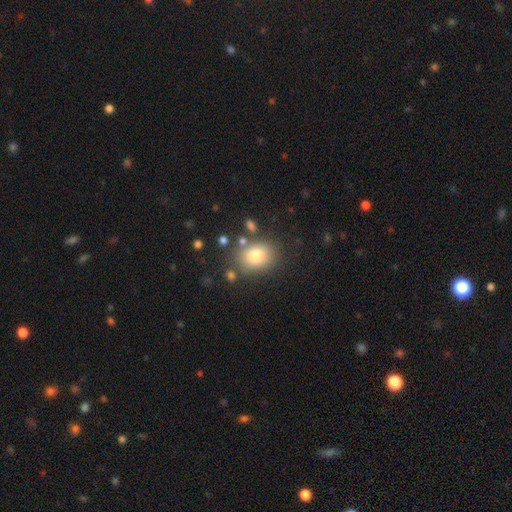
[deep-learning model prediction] smooth_or_featured: smooth (p=0.77) [alt: featured or disk p=0.12]
how_rounded: in between (p=0.53) [alt: round p=0.46]
merging: none (p=0.74) [alt: minor disturbance p=0.14]